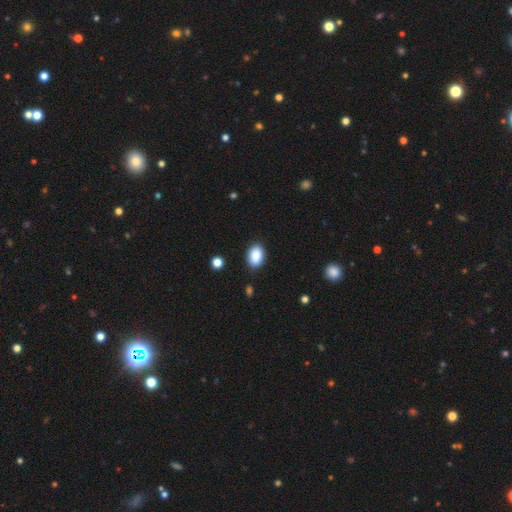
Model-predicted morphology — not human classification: Smooth or featured?
  - smooth: 89% *
  - star or artifact: 7%
  - featured or disk: 4%
How rounded?
  - in between: 87% *
  - round: 12%
  - cigar-shaped: 1%
Merging?
  - none: 87% *
  - minor disturbance: 9%
  - major disturbance: 2%
  - merger: 1%